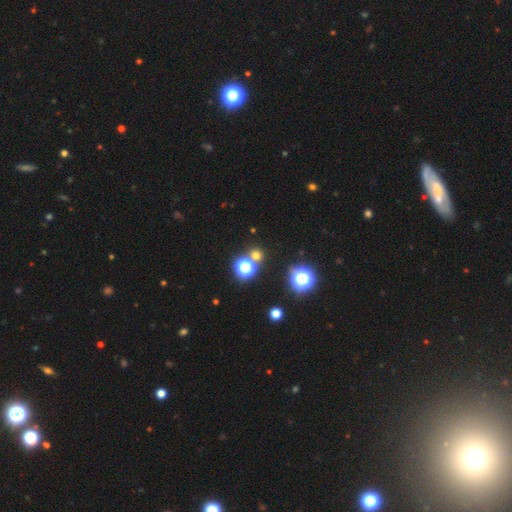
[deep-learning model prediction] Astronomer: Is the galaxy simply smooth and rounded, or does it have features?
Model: smooth — 59%.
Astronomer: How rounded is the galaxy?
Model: round — 89%.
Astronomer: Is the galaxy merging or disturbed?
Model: none — 75%.